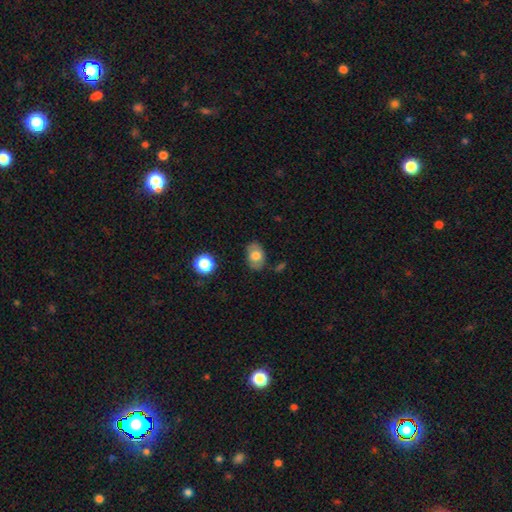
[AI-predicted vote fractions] Overall: smooth (68%). How rounded: in between (79%). Merging: none (80%).